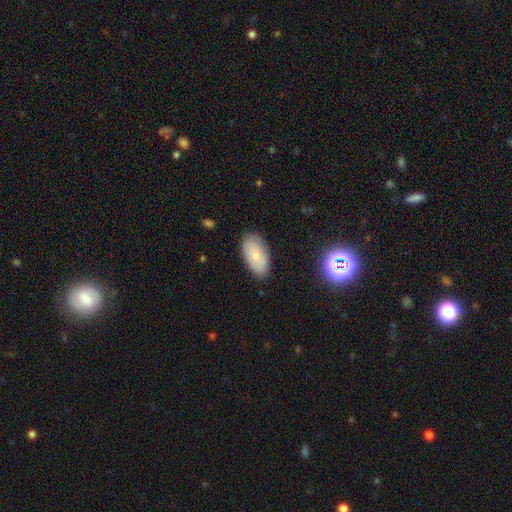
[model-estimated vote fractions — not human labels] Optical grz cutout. It shows a smooth galaxy with no disk features (74%) that is in between round and cigar-shaped (93%). Merging: none (83%).